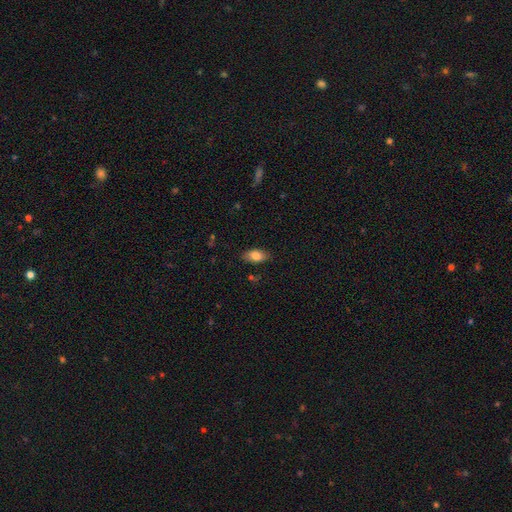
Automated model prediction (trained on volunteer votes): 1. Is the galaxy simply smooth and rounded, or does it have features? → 82% smooth, 11% featured or disk, 7% star or artifact.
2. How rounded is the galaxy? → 90% in between, 5% round, 5% cigar-shaped.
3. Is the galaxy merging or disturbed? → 83% none, 13% minor disturbance, 3% major disturbance, 1% merger.